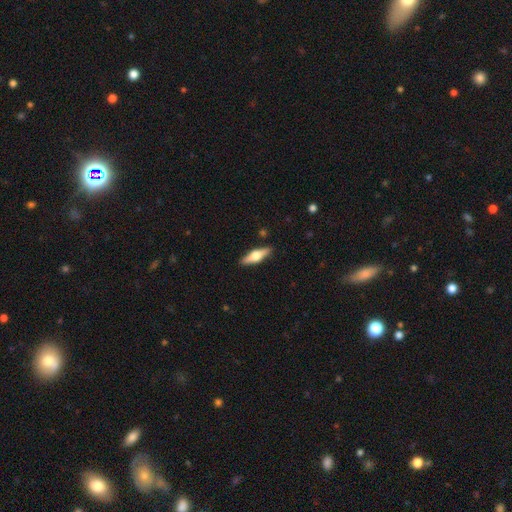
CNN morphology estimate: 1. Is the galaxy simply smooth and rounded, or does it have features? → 54% featured or disk, 40% smooth, 6% star or artifact.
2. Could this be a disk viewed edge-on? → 94% yes, 6% no.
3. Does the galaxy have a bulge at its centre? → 94% rounded, 5% boxy, 2% none.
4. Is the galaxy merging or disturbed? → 89% none, 8% minor disturbance, 2% major disturbance, 1% merger.